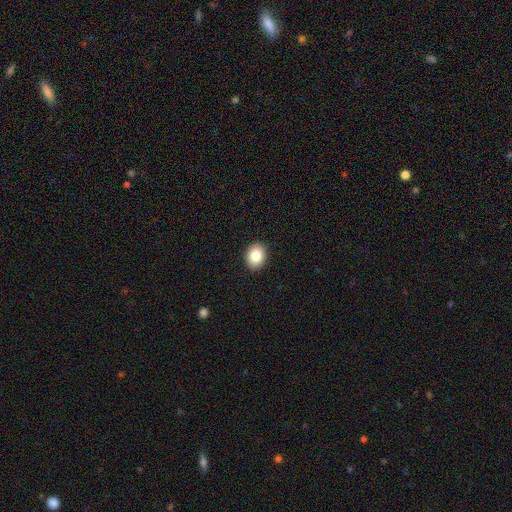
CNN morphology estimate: smooth-or-featured: smooth: 85% | star or artifact: 8% | featured or disk: 7%
  how-rounded: in between: 58% | round: 42% | cigar-shaped: 1%
  merging: none: 91% | minor disturbance: 6% | major disturbance: 2% | merger: 1%